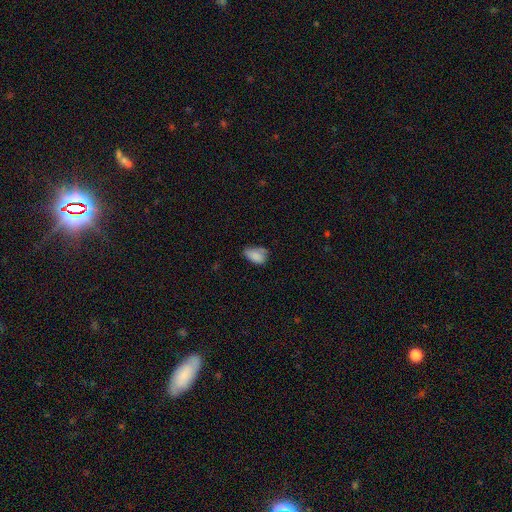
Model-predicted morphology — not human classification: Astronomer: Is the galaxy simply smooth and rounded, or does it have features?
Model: smooth — 81%.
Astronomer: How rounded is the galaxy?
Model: in between — 90%.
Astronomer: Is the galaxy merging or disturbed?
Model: none — 43% (runner-up: minor disturbance, 39%).